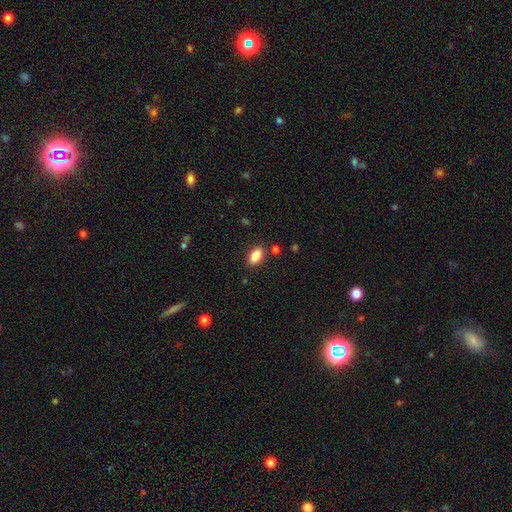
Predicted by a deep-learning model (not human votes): This is clearly a smooth galaxy (87%). How rounded: clearly in between (91%). Merging: clearly none (86%).